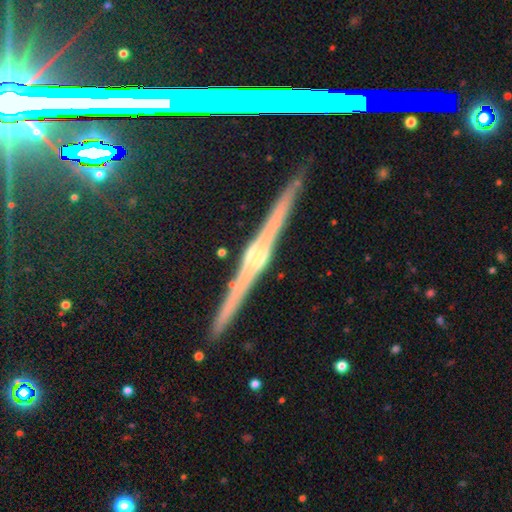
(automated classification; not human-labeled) Q: Smooth or featured?
A: featured or disk (83%); runner-up: star or artifact (9%)
Q: Edge-on disk?
A: yes (98%); runner-up: no (2%)
Q: Edge-on bulge?
A: rounded (78%); runner-up: boxy (12%)
Q: Merging?
A: none (90%); runner-up: minor disturbance (7%)